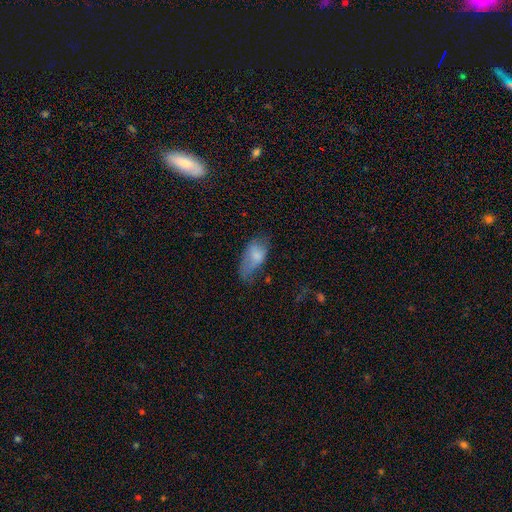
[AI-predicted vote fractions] smooth_or_featured: smooth (p=0.73) [alt: featured or disk p=0.19]
how_rounded: in between (p=0.91) [alt: cigar-shaped p=0.05]
merging: minor disturbance (p=0.34) [alt: none p=0.32]